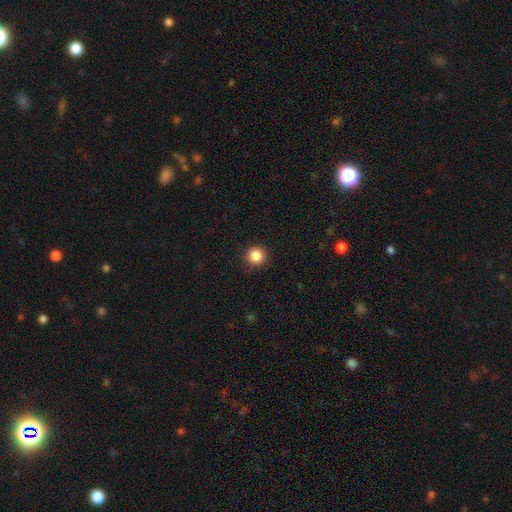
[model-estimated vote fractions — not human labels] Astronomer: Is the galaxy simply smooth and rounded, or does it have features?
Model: smooth — 86%.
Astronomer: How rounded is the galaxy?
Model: round — 94%.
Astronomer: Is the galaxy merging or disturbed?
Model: none — 89%.